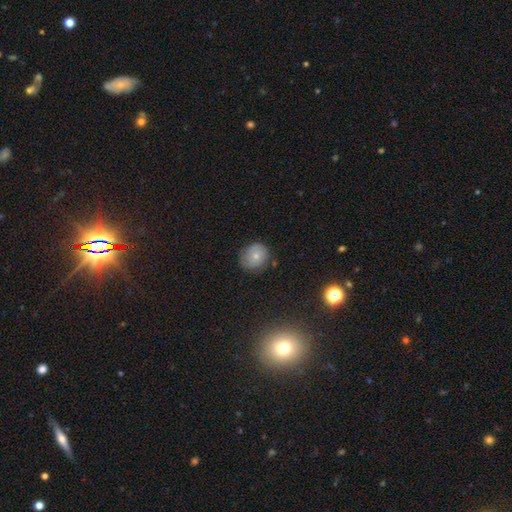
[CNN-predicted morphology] type=smooth (50%); roundness=round (70%); merging=none (73%).